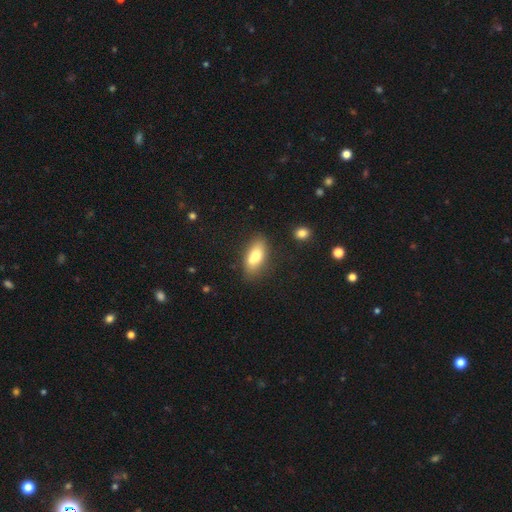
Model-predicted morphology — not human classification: This is likely a smooth galaxy (72%). How rounded: clearly in between (85%). Merging: likely none (67%).